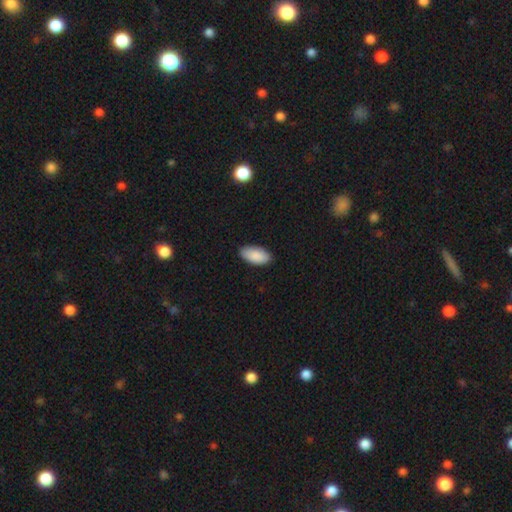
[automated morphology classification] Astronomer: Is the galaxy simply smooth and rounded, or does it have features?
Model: smooth — 90%.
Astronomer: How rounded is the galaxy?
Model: in between — 94%.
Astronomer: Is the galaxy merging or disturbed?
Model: none — 87%.